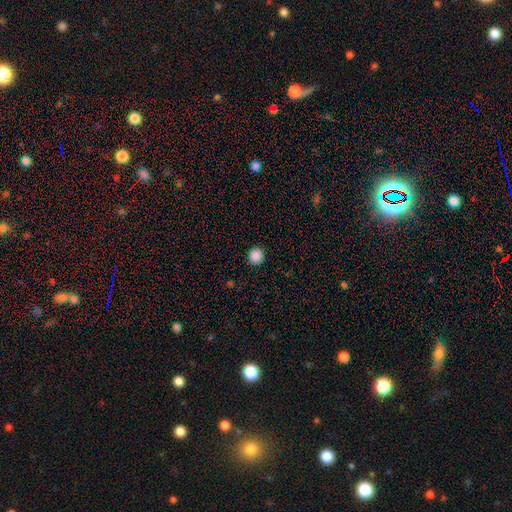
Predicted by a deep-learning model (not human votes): Smooth or featured? smooth (88%)
How rounded? round (92%)
Merging? none (92%)